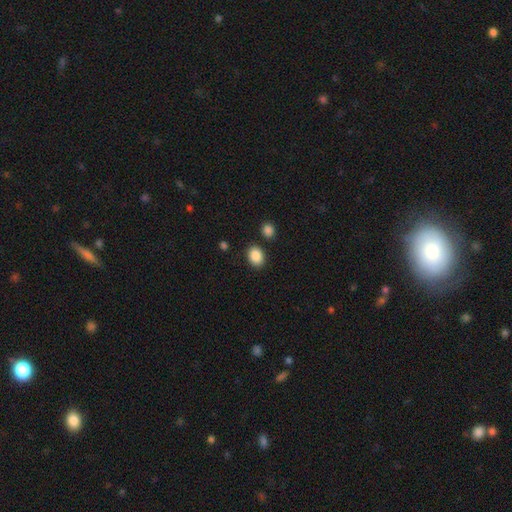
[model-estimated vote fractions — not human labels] smooth_or_featured: smooth (p=0.88) [alt: star or artifact p=0.08]
how_rounded: in between (p=0.63) [alt: round p=0.36]
merging: none (p=0.83) [alt: minor disturbance p=0.09]